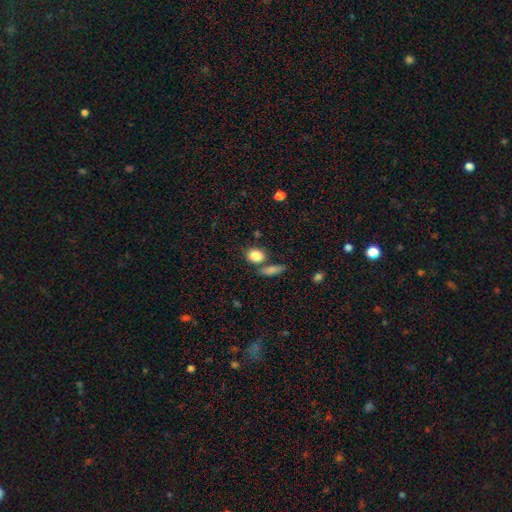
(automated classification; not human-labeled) Overall: smooth (85%). How rounded: round (57%; in between 41%). Merging: none (62%).